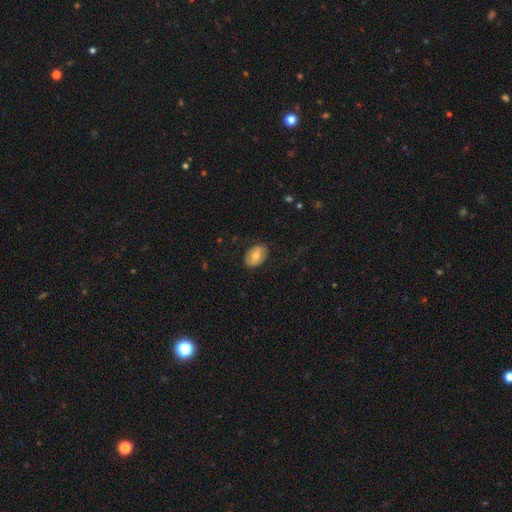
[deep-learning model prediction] Smooth or featured?
  - smooth: 65% *
  - featured or disk: 28%
  - star or artifact: 7%
How rounded?
  - in between: 81% *
  - round: 18%
  - cigar-shaped: 1%
Merging?
  - none: 84% *
  - minor disturbance: 12%
  - major disturbance: 3%
  - merger: 1%